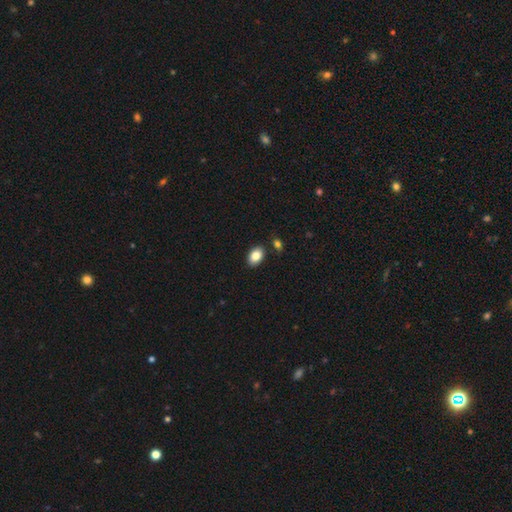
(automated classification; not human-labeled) Smooth or featured? Predicted: smooth (p=0.85). How rounded? Predicted: in between (p=0.87). Merging? Predicted: none (p=0.85).